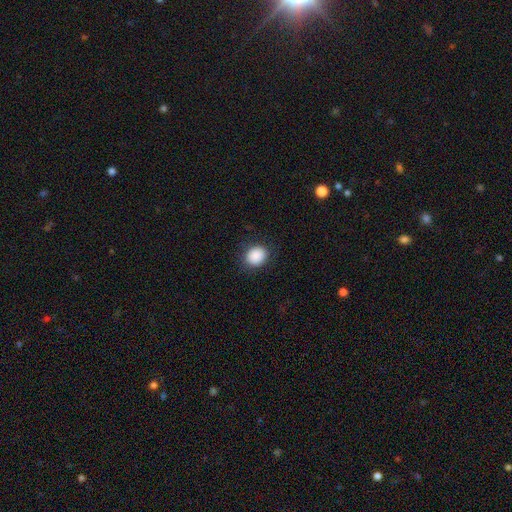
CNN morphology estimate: Smooth or featured? Predicted: smooth (p=0.89). How rounded? Predicted: round (p=0.68). Merging? Predicted: none (p=0.85).